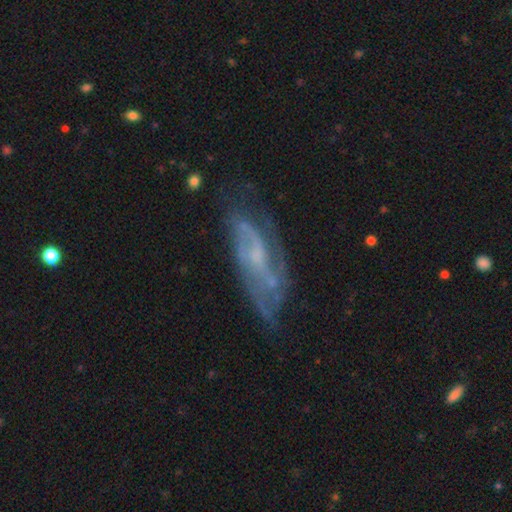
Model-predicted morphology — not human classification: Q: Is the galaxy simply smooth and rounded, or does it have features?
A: featured or disk — 75%.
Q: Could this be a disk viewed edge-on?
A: no — 84%.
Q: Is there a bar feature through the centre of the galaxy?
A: no — 52%.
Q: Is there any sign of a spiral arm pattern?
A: yes — 81%.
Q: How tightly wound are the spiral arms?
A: medium — 42%.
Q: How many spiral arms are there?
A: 2 — 39%.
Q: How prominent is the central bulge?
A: small — 54%.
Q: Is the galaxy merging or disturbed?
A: none — 59%.